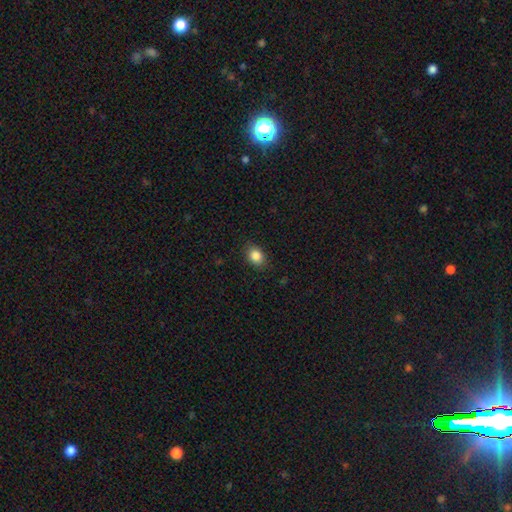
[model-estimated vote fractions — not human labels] A smooth galaxy with no disk features (86%) that is in between round and cigar-shaped (55%). Merging: none (86%).